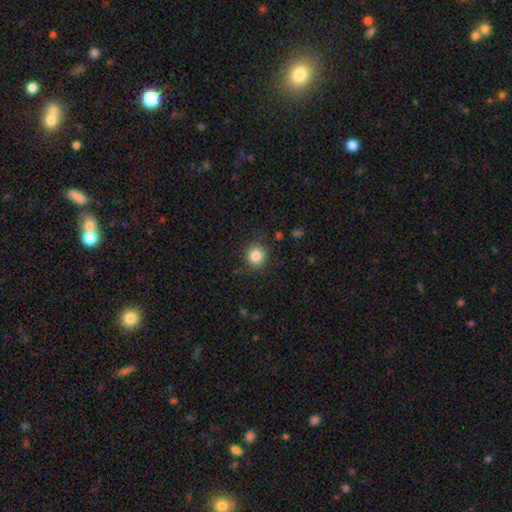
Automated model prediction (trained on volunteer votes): Morphology: type=smooth (84%); roundness=round (90%); merging=none (83%).